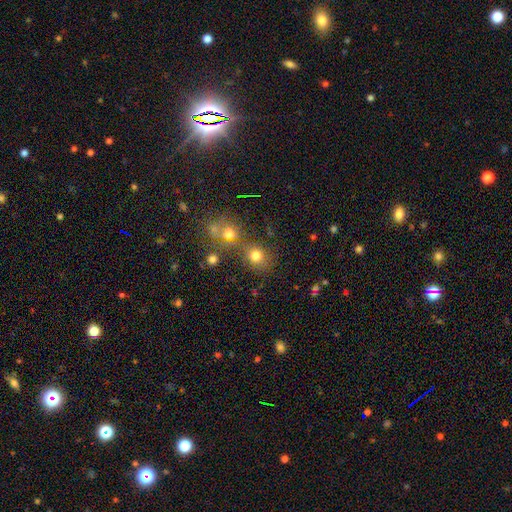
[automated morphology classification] smooth-or-featured: smooth: 74% | star or artifact: 17% | featured or disk: 9%
  how-rounded: round: 79% | in between: 20% | cigar-shaped: 1%
  merging: none: 57% | merger: 26% | minor disturbance: 10% | major disturbance: 6%